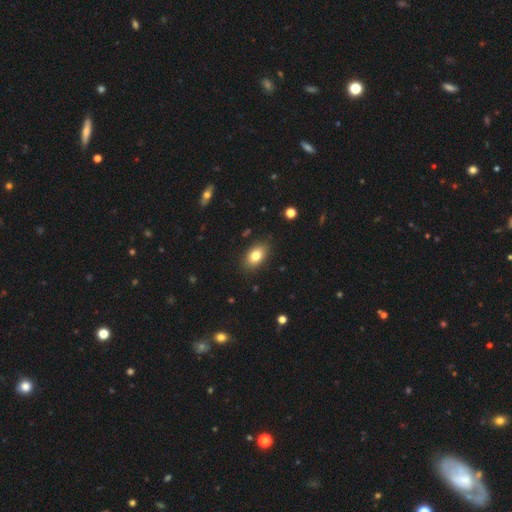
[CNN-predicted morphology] This appears to be a smooth galaxy with no disk features (80%) that is in between round and cigar-shaped (87%). Merging: none (87%).